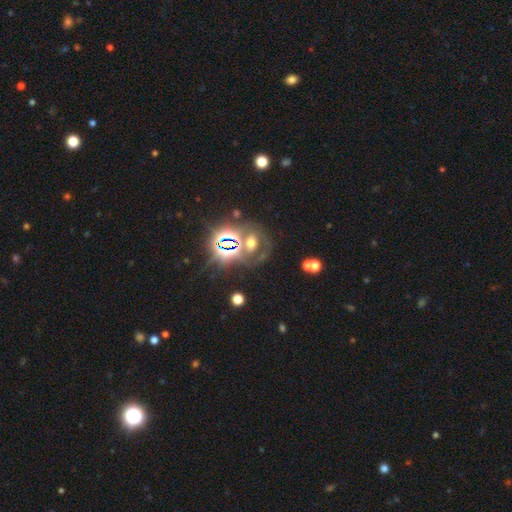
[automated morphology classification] type=star or artifact (71%).